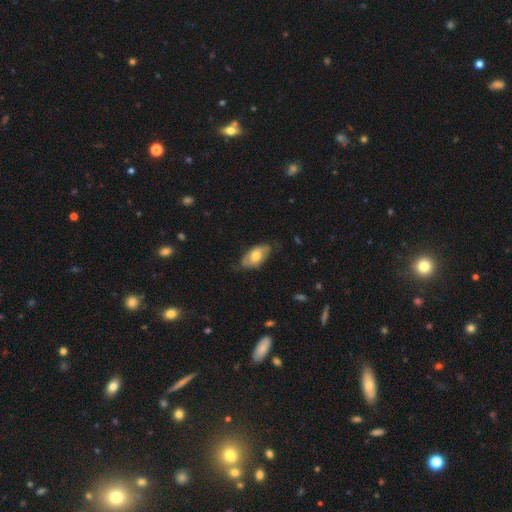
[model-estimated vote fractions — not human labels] A smooth galaxy with no disk features (62%) that is in between round and cigar-shaped (92%).

Vote fractions:
- Smooth or featured? smooth: 62% / featured or disk: 32% / star or artifact: 6%
- How rounded? in between: 92% / round: 4% / cigar-shaped: 4%
- Merging? none: 67% / minor disturbance: 26% / major disturbance: 6% / merger: 1%